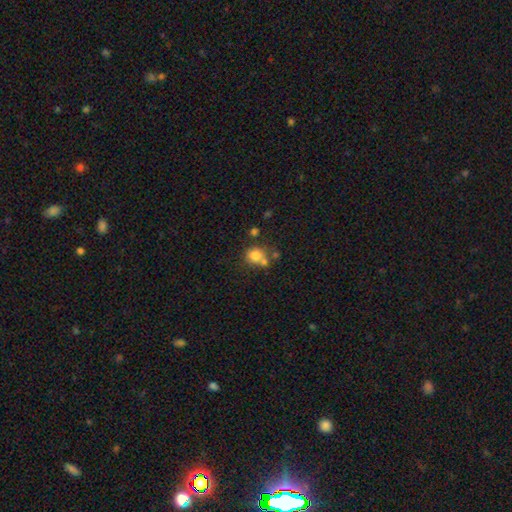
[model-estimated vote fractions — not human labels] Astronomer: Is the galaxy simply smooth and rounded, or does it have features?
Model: smooth — 76%.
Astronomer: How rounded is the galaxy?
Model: round — 81%.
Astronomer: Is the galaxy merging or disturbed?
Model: none — 52% (runner-up: merger, 31%).